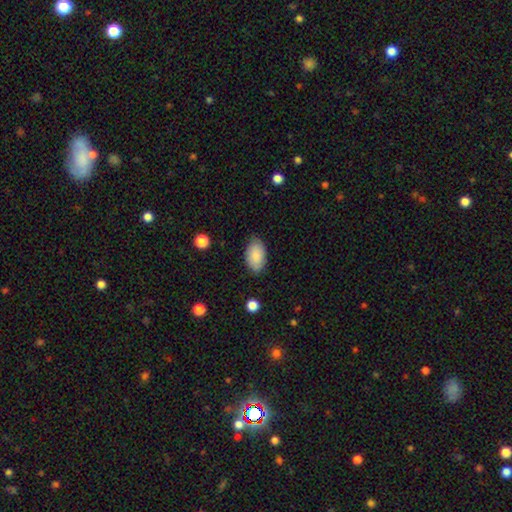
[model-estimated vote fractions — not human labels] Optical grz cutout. It shows a smooth galaxy with no disk features (87%) that is in between round and cigar-shaped (94%). Merging: none (82%).